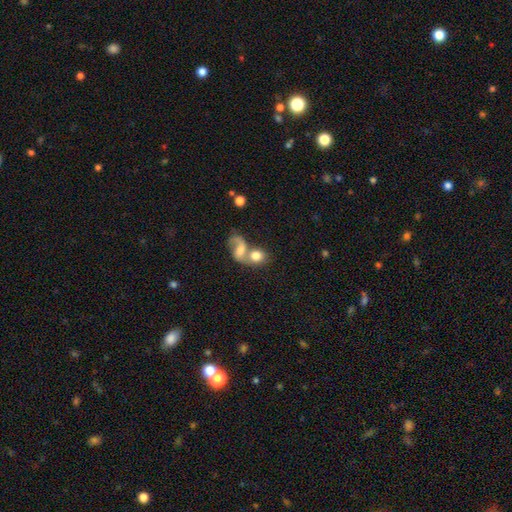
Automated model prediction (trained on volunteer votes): This is likely a smooth galaxy (64%). How rounded: possibly round (51%). Merging: likely merger (65%).